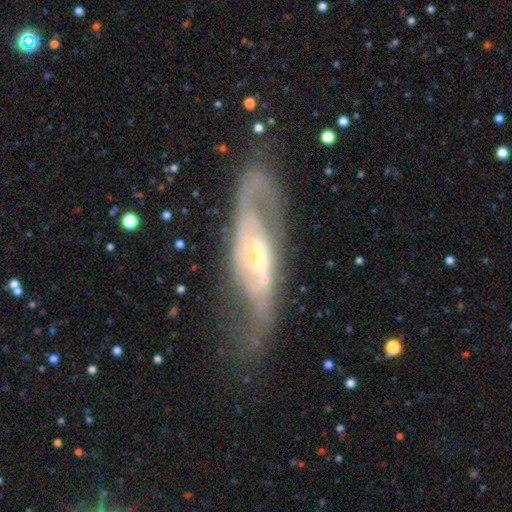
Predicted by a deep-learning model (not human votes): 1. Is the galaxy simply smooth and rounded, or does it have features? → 82% featured or disk, 11% smooth, 7% star or artifact.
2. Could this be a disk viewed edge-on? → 85% no, 15% yes.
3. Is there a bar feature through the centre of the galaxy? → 55% no, 32% weak, 13% strong.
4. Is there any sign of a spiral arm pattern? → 90% yes, 10% no.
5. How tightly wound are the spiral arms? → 45% medium, 31% tight, 23% loose.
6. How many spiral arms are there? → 75% 2, 15% can't tell, 4% 1, 3% 3, 2% 4, 2% more than 4.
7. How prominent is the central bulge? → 73% small, 21% moderate, 3% none, 3% large, 1% dominant.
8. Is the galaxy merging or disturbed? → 65% none, 19% minor disturbance, 13% major disturbance, 3% merger.